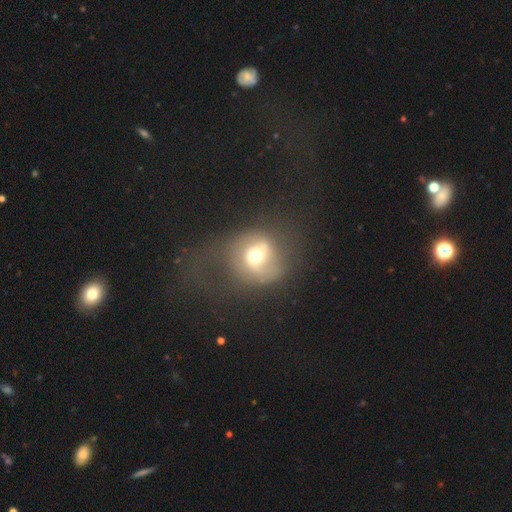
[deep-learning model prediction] Smooth or featured? Predicted: smooth (p=0.45). Merging? Predicted: none (p=0.49).